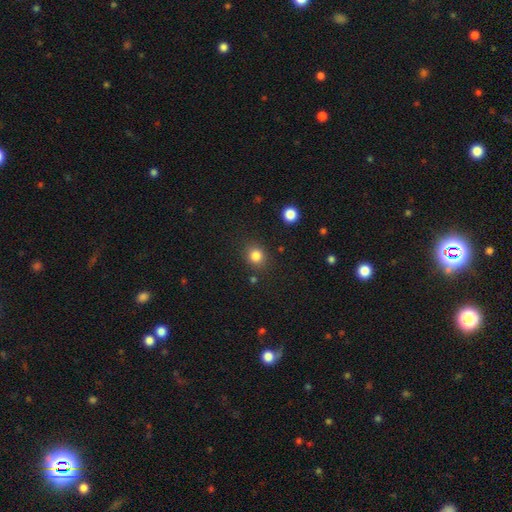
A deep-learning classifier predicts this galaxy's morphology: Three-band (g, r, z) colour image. It shows a smooth galaxy with no disk features (83%) that is round (79%). Merging: none (85%).